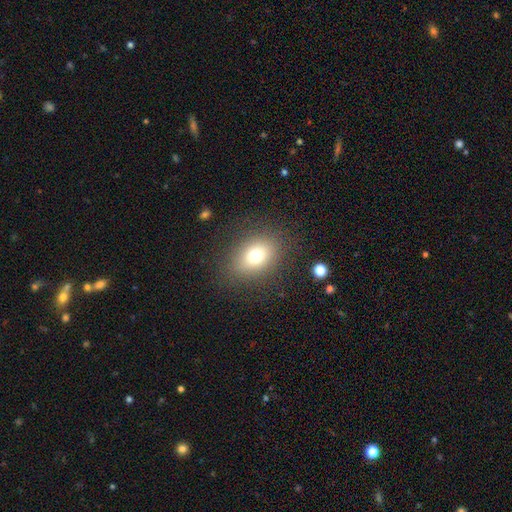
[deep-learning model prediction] This is likely a smooth galaxy (73%). How rounded: likely in between (65%). Merging: clearly none (84%).